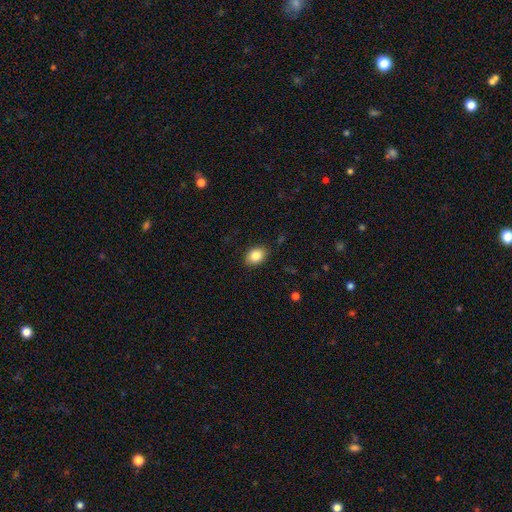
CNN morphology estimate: The model was most divided on "how rounded": in between: 73%, round: 26%, cigar-shaped: 1%. More confident: merging — none (86%); smooth or featured — smooth (85%).